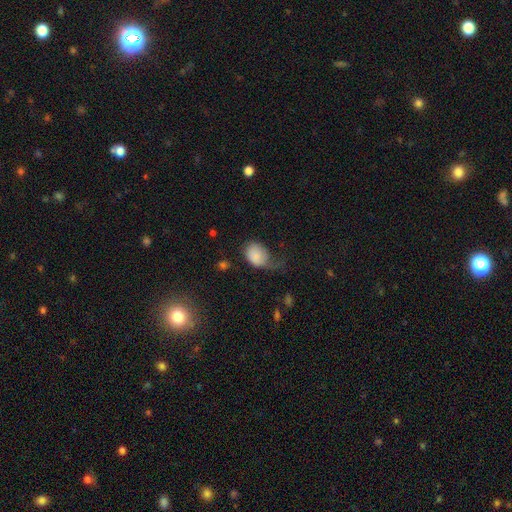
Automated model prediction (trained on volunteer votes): Smooth or featured? smooth (80%)
How rounded? in between (67%)
Merging? major disturbance (44%)